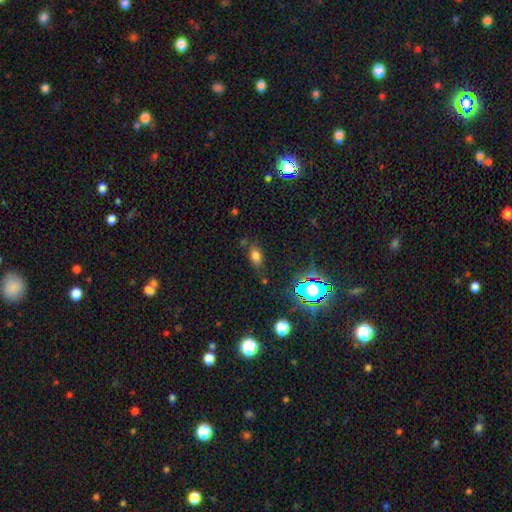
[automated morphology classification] smooth 71%, star or artifact 21%, featured or disk 8%. Down the decision tree: how rounded — in between (86%); merging — none (70%).